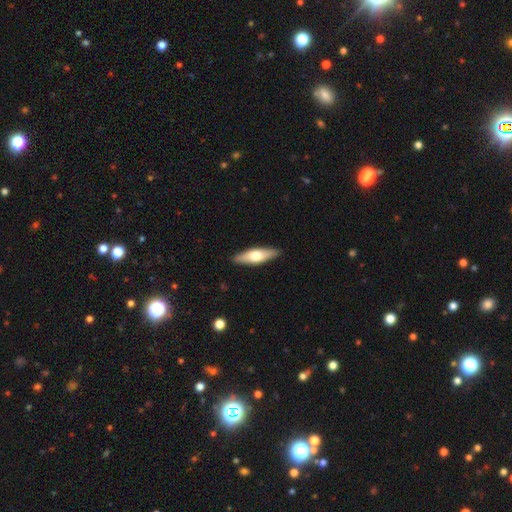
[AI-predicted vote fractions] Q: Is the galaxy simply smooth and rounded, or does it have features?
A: smooth — 51%.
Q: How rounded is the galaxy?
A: cigar-shaped — 55%.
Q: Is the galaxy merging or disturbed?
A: none — 90%.